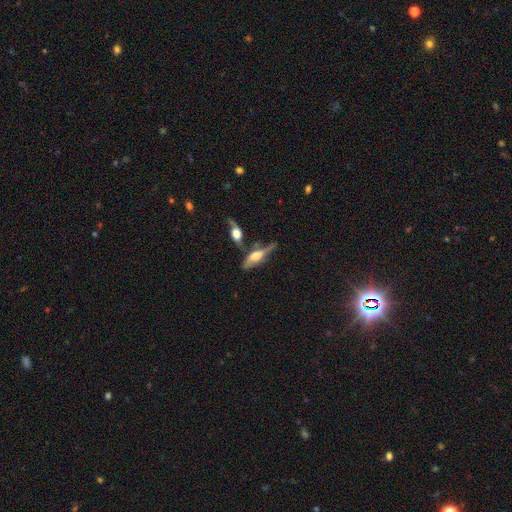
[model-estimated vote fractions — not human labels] Smooth or featured: featured or disk — 57% (smooth — 35%)
Edge-on disk: yes — 76% (no — 24%)
Merging: none — 39% (merger — 31%)